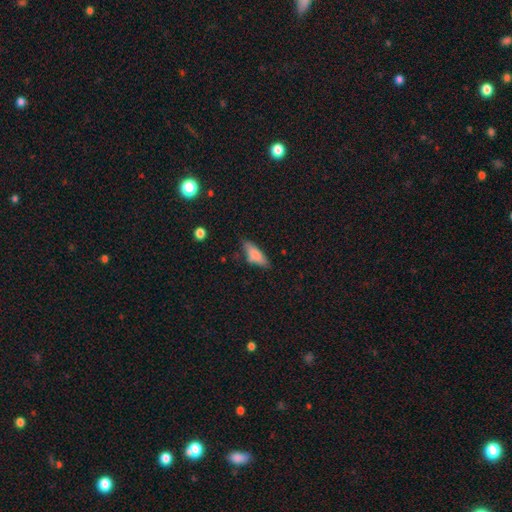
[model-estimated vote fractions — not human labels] This appears to be a smooth galaxy with no disk features (80%) that is in between round and cigar-shaped (61%). Merging: none (63%).